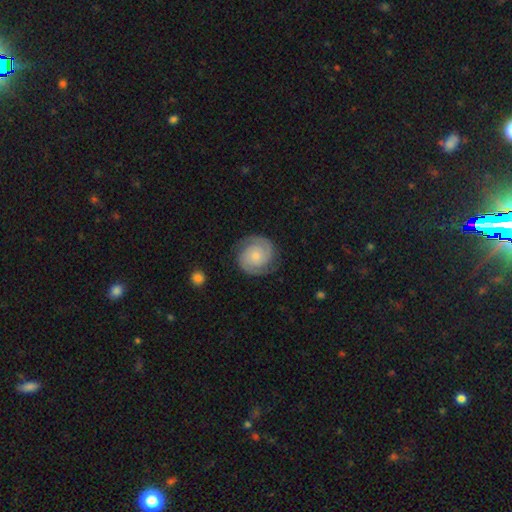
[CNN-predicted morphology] Overall: featured or disk (83%). Edge-on disk: no (98%). Bar: no (72%). Spiral arms: yes (97%). Spiral arm count: 2 (91%). Spiral winding: tight (62%; medium 32%). Bulge size: small (56%; moderate 33%). Merging: none (83%).